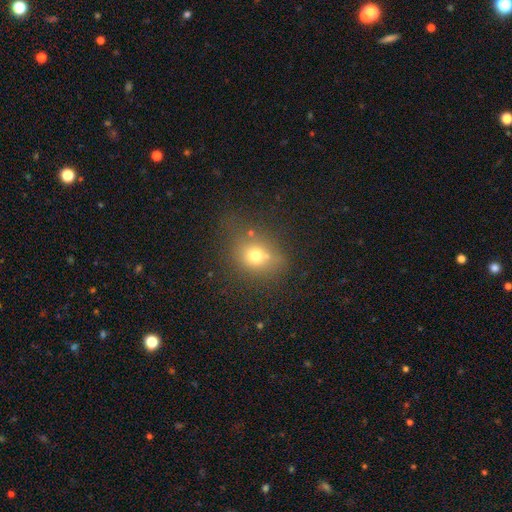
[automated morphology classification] smooth-or-featured: smooth: 68% | star or artifact: 17% | featured or disk: 15%
  how-rounded: round: 61% | in between: 37% | cigar-shaped: 2%
  merging: none: 57% | minor disturbance: 21% | merger: 11% | major disturbance: 11%